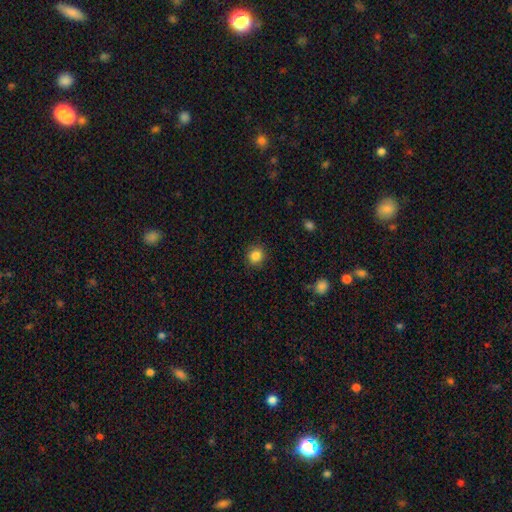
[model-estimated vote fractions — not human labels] smooth-or-featured: smooth: 85% | star or artifact: 10% | featured or disk: 4%
  how-rounded: round: 87% | in between: 12% | cigar-shaped: 1%
  merging: none: 89% | minor disturbance: 8% | major disturbance: 2% | merger: 1%